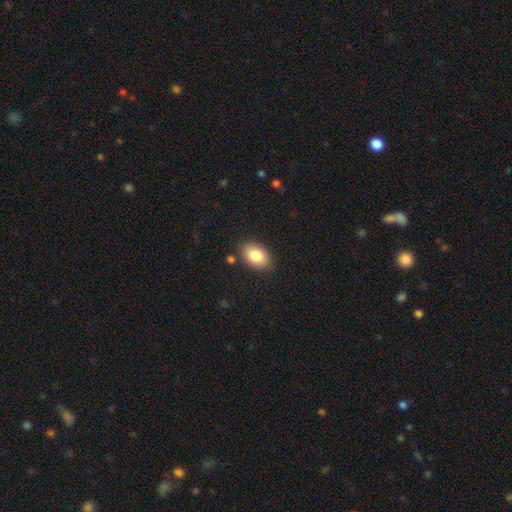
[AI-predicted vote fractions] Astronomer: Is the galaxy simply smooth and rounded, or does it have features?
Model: smooth — 84%.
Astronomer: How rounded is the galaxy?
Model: in between — 90%.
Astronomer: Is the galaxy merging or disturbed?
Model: none — 84%.